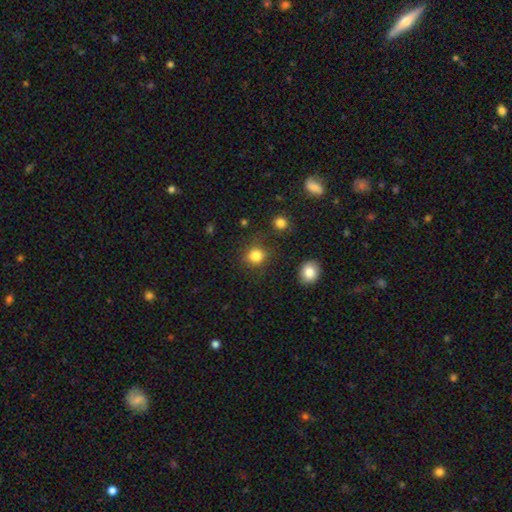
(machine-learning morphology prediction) This is clearly a smooth galaxy (83%). How rounded: clearly round (86%). Merging: clearly none (83%).